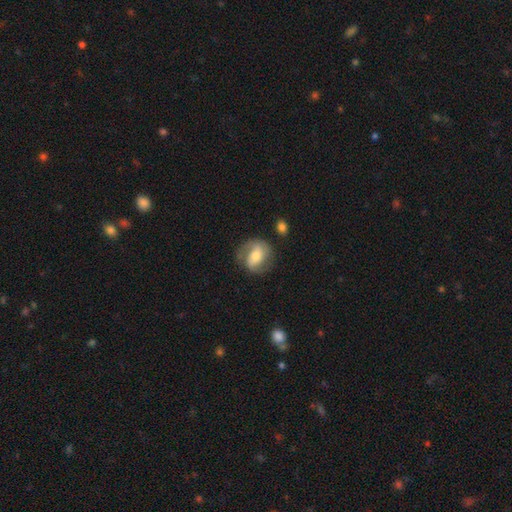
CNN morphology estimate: smooth_or_featured: featured or disk (p=0.61) [alt: smooth p=0.32]
disk_edge_on: no (p=0.96) [alt: yes p=0.04]
bar: weak (p=0.38) [alt: strong p=0.31]
has_spiral_arms: yes (p=0.84) [alt: no p=0.16]
bulge_size: moderate (p=0.58) [alt: small p=0.31]
merging: none (p=0.70) [alt: minor disturbance p=0.18]